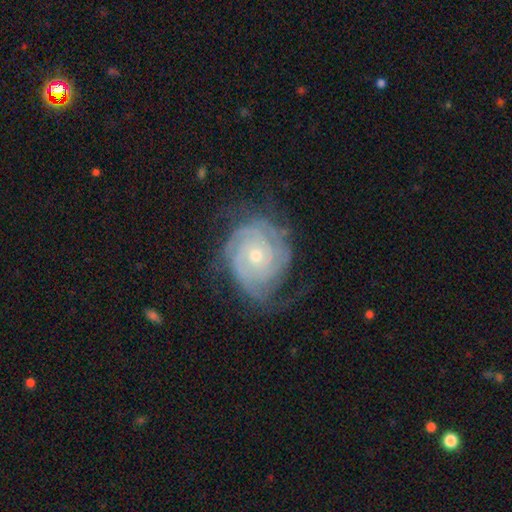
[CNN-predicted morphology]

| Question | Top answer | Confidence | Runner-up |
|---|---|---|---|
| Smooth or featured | featured or disk | 88% | smooth (7%) |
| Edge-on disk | no | 97% | yes (3%) |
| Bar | no | 77% | weak (19%) |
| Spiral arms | yes | 97% | no (3%) |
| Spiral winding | tight | 78% | medium (18%) |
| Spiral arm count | can't tell | 26% | tied: 3 (26%) |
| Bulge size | small | 58% | moderate (39%) |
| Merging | none | 66% | minor disturbance (22%) |